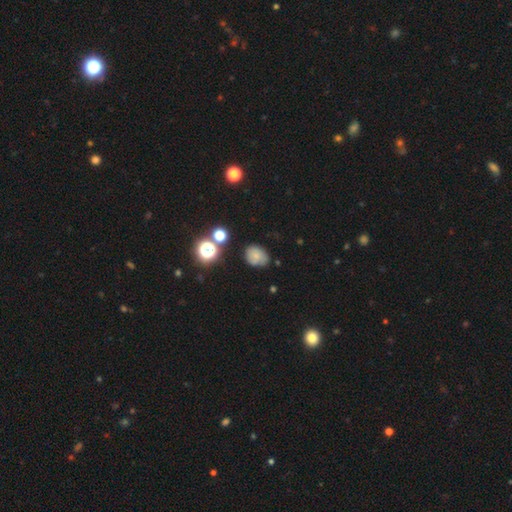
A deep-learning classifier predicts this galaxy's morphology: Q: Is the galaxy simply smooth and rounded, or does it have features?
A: smooth — 69%.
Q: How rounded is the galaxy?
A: in between — 52%.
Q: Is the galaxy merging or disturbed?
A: none — 65%.